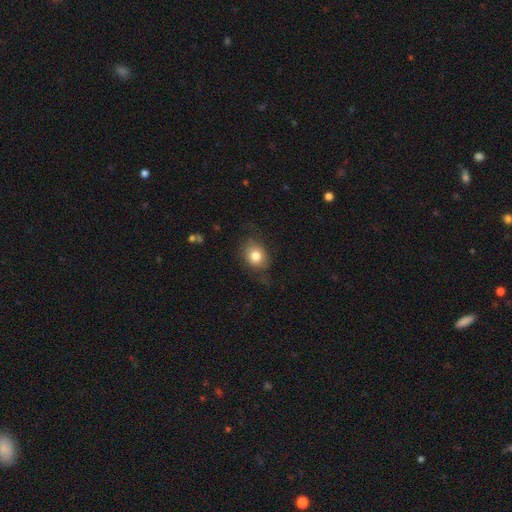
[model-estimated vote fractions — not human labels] Smooth or featured? smooth (78%)
How rounded? in between (52%)
Merging? none (69%)